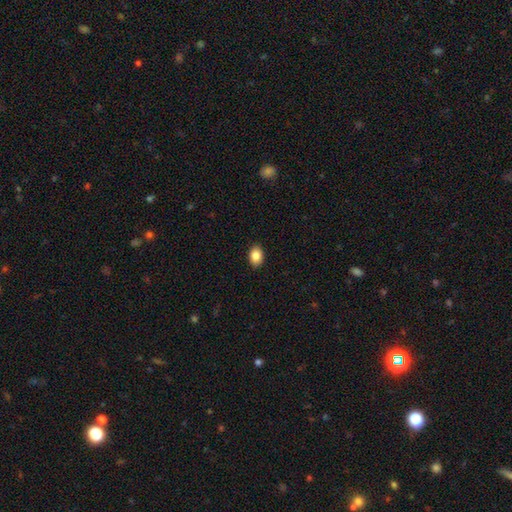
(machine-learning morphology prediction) smooth 86%, star or artifact 8%, featured or disk 6%. Down the decision tree: how rounded — in between (78%); merging — none (90%).